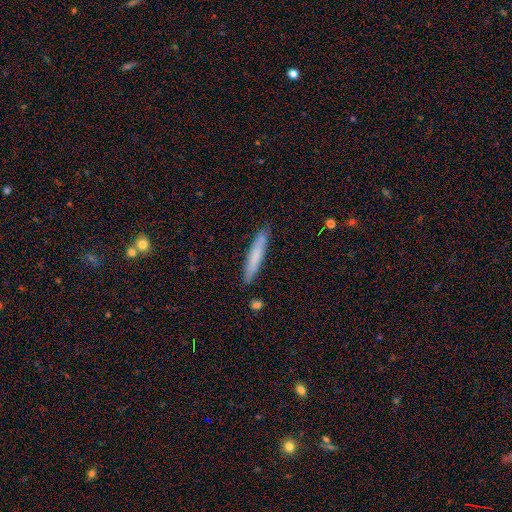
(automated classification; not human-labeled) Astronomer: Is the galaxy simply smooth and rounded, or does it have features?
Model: smooth — 72%.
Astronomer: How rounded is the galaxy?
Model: cigar-shaped — 93%.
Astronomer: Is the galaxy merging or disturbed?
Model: none — 88%.